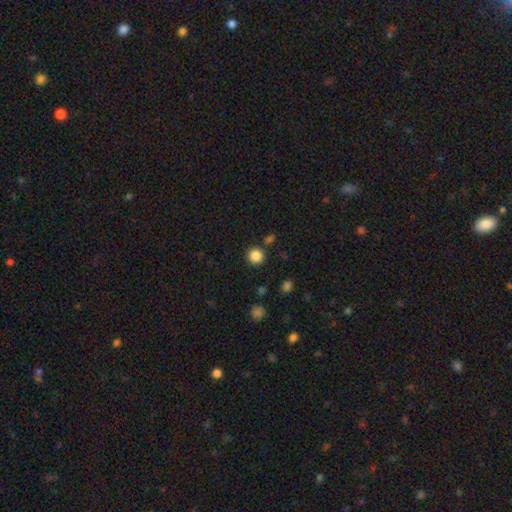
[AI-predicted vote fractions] Morphology: type=smooth (86%); roundness=round (94%); merging=none (87%).